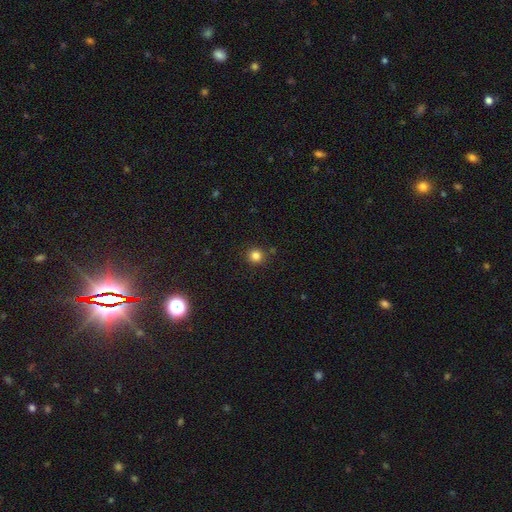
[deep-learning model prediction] Q: Smooth or featured?
A: smooth (83%); runner-up: star or artifact (13%)
Q: How rounded?
A: round (93%); runner-up: in between (6%)
Q: Merging?
A: none (88%); runner-up: minor disturbance (7%)